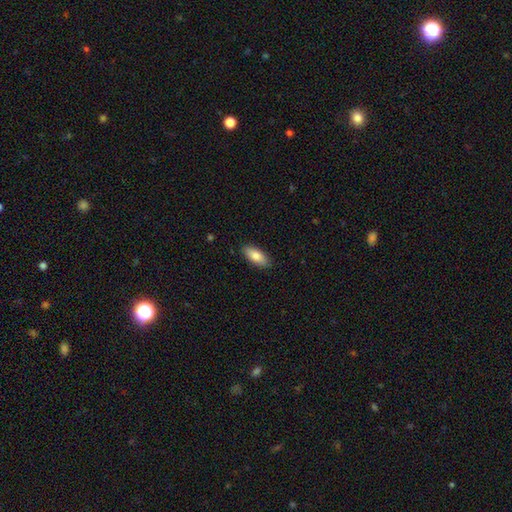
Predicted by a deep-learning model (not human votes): smooth_or_featured: smooth (p=0.81) [alt: featured or disk p=0.13]
how_rounded: in between (p=0.81) [alt: cigar-shaped p=0.17]
merging: none (p=0.89) [alt: minor disturbance p=0.09]